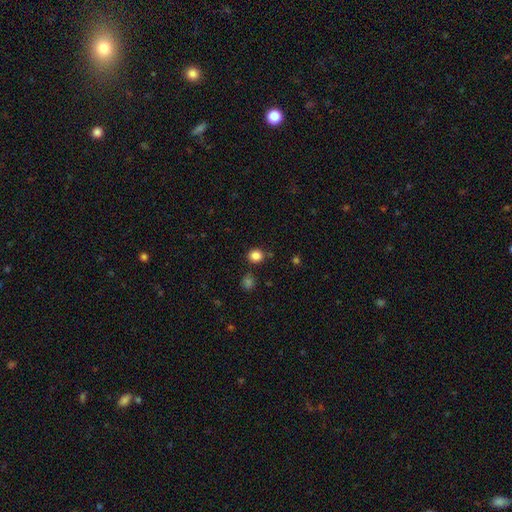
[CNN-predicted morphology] A smooth galaxy with no disk features (84%) that is round (82%).

Vote fractions:
- Smooth or featured? smooth: 84% / star or artifact: 12% / featured or disk: 4%
- How rounded? round: 82% / in between: 17% / cigar-shaped: 1%
- Merging? none: 84% / minor disturbance: 8% / merger: 5% / major disturbance: 3%